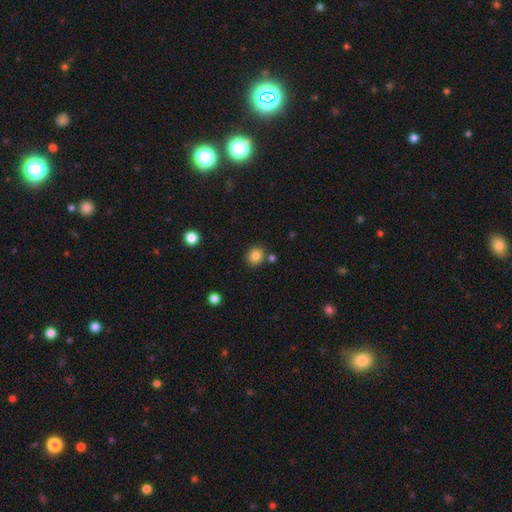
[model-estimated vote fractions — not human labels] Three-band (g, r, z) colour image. It shows a smooth galaxy with no disk features (83%) that is round (68%). Merging: none (80%).